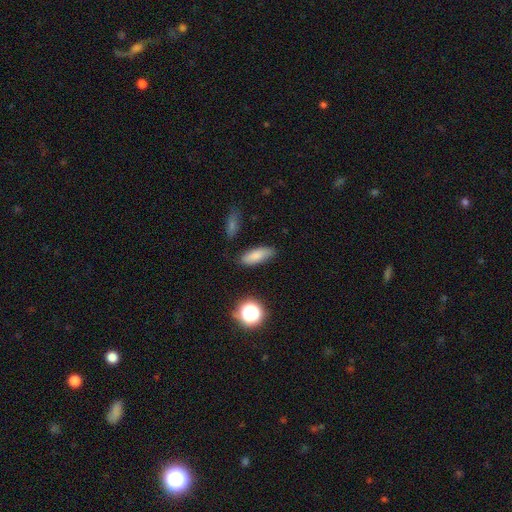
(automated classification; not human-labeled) Smooth or featured: smooth — 82% (star or artifact — 10%)
How rounded: in between — 71% (cigar-shaped — 25%)
Merging: none — 81% (minor disturbance — 13%)